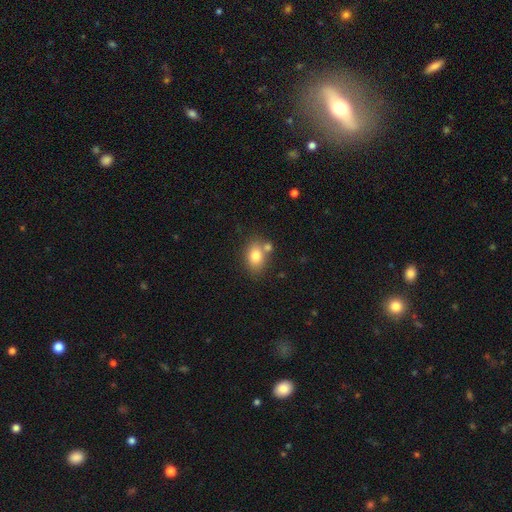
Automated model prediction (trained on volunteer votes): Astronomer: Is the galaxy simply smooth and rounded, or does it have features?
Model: smooth — 79%.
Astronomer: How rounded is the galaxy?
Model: in between — 73%.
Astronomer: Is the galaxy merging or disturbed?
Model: none — 63%.